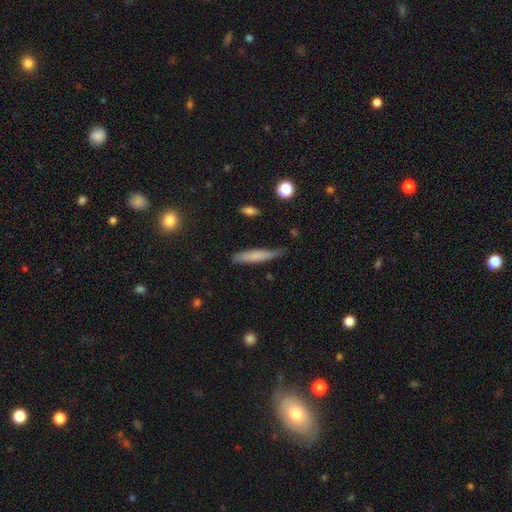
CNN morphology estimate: Smooth or featured?
  - smooth: 72% *
  - featured or disk: 22%
  - star or artifact: 7%
How rounded?
  - cigar-shaped: 88% *
  - in between: 10%
  - round: 2%
Merging?
  - none: 72% *
  - minor disturbance: 22%
  - major disturbance: 4%
  - merger: 2%